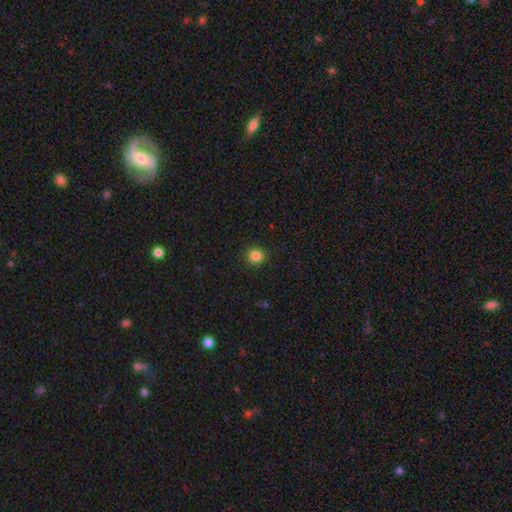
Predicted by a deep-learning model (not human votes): smooth_or_featured: smooth (p=0.84) [alt: star or artifact p=0.11]
how_rounded: round (p=0.92) [alt: in between p=0.07]
merging: none (p=0.91) [alt: minor disturbance p=0.06]